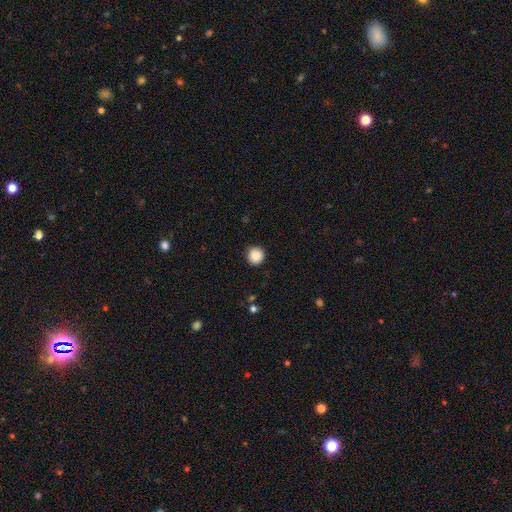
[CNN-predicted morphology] Smooth or featured?
  - smooth: 88% *
  - star or artifact: 9%
  - featured or disk: 3%
How rounded?
  - round: 95% *
  - in between: 4%
  - cigar-shaped: 1%
Merging?
  - none: 91% *
  - minor disturbance: 6%
  - major disturbance: 2%
  - merger: 1%